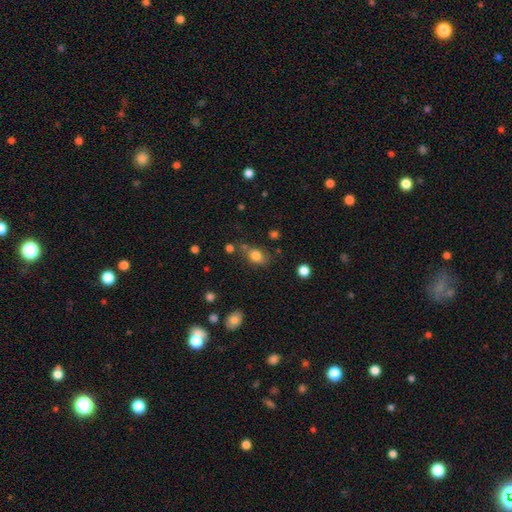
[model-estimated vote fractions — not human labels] Overall: smooth (80%). How rounded: in between (68%; round 30%). Merging: none (63%).